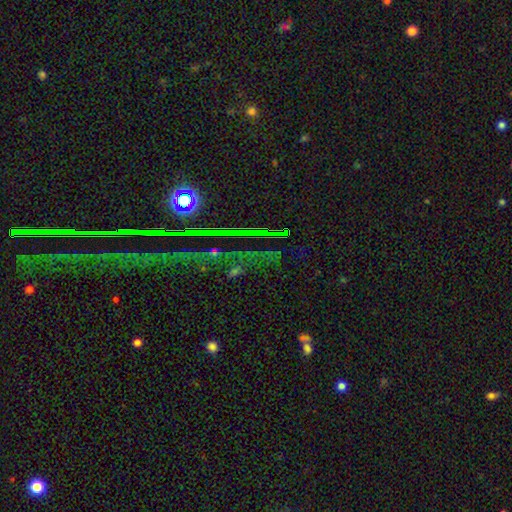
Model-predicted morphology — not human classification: This is clearly a star or artifact rather than a galaxy (80%).